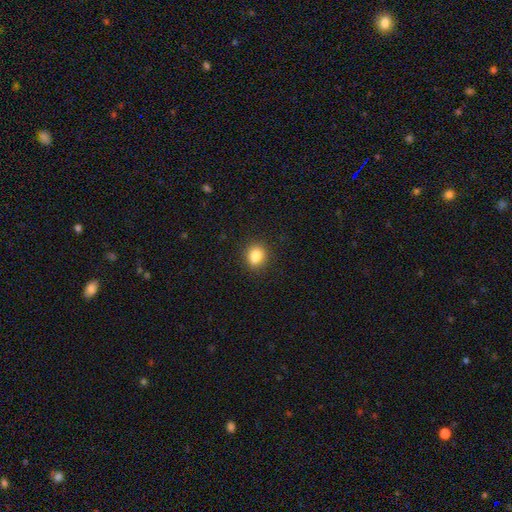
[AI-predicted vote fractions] Morphology: type=smooth (86%); roundness=round (53%); merging=none (88%).